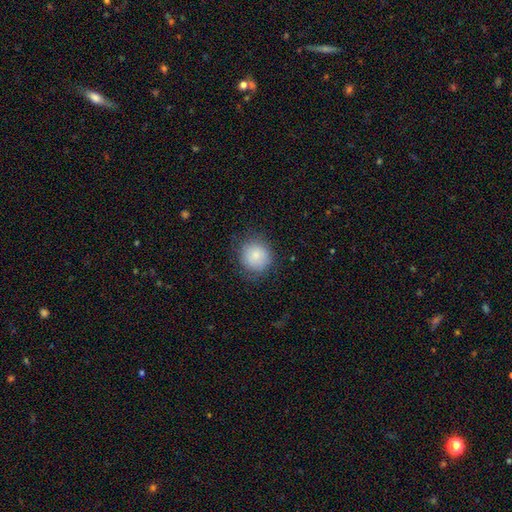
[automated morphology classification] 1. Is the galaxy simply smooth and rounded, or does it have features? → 82% smooth, 9% featured or disk, 8% star or artifact.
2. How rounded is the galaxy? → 90% round, 9% in between, 1% cigar-shaped.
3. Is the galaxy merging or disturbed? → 79% none, 15% minor disturbance, 5% major disturbance, 1% merger.